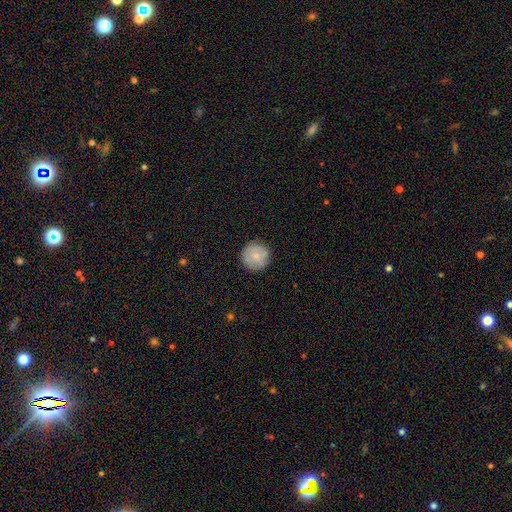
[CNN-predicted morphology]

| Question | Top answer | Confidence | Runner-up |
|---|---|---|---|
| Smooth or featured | smooth | 77% | featured or disk (16%) |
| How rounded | round | 95% | in between (4%) |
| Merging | none | 87% | minor disturbance (9%) |